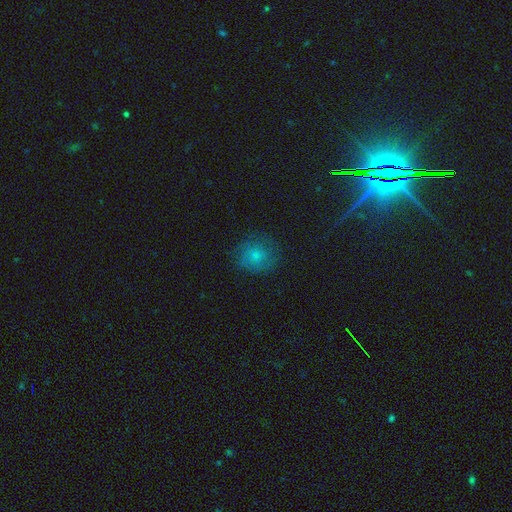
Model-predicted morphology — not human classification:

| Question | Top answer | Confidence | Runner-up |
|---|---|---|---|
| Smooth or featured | smooth | 74% | featured or disk (15%) |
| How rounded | round | 84% | in between (15%) |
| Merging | none | 76% | minor disturbance (16%) |